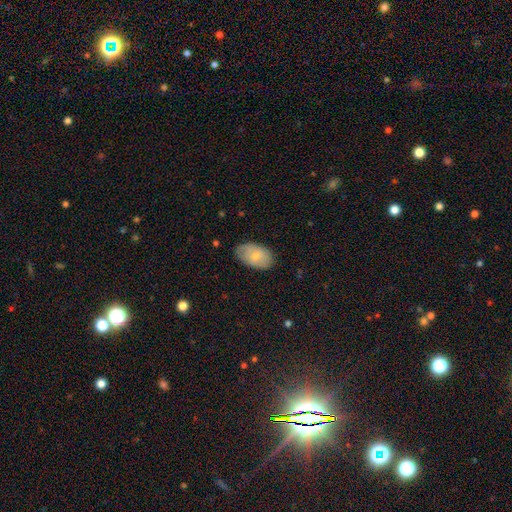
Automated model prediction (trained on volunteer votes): Morphology: type=smooth (74%); roundness=in between (93%); merging=none (79%).